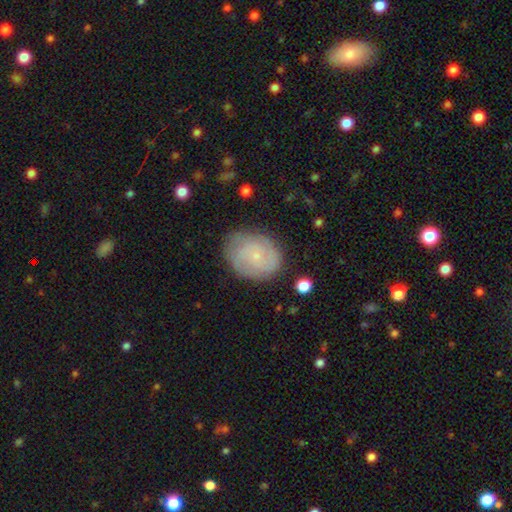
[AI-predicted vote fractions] A featured or disk galaxy (51%).

Vote fractions:
- Smooth or featured? featured or disk: 51% / smooth: 41% / star or artifact: 8%
- Edge-on disk? no: 97% / yes: 3%
- Merging? none: 75% / minor disturbance: 18% / major disturbance: 5% / merger: 1%